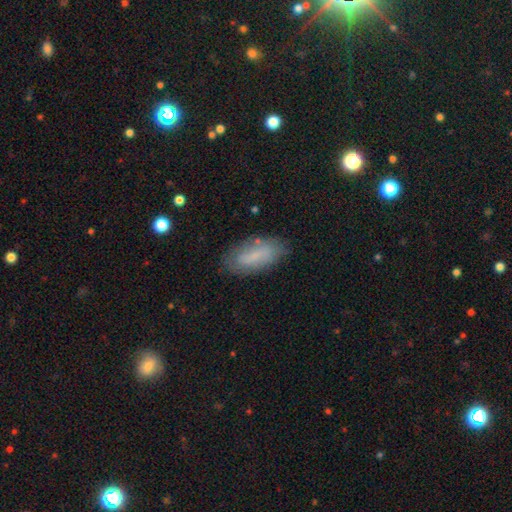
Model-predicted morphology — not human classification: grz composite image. It shows a smooth galaxy with no disk features (65%) that is in between round and cigar-shaped (83%). Merging: none (75%).